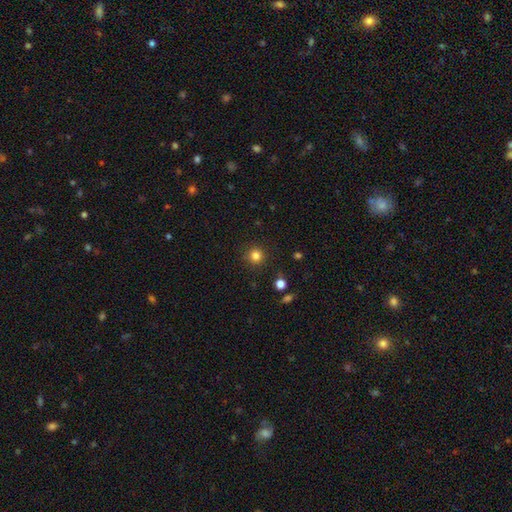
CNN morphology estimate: smooth_or_featured: smooth (p=0.83) [alt: star or artifact p=0.13]
how_rounded: round (p=0.94) [alt: in between p=0.05]
merging: none (p=0.90) [alt: minor disturbance p=0.06]